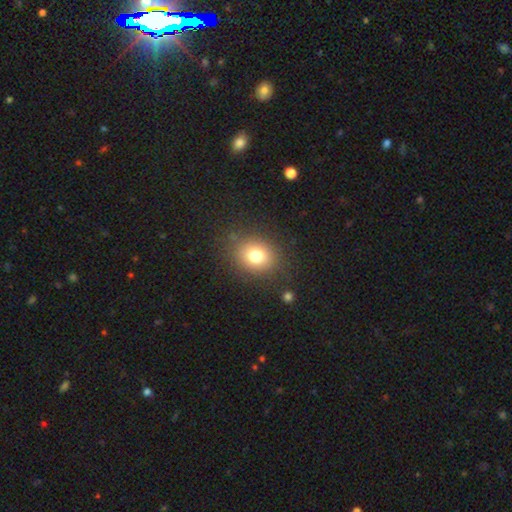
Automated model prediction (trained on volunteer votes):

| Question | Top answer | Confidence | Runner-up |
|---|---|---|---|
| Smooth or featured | smooth | 77% | star or artifact (13%) |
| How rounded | round | 63% | in between (36%) |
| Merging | none | 83% | minor disturbance (10%) |